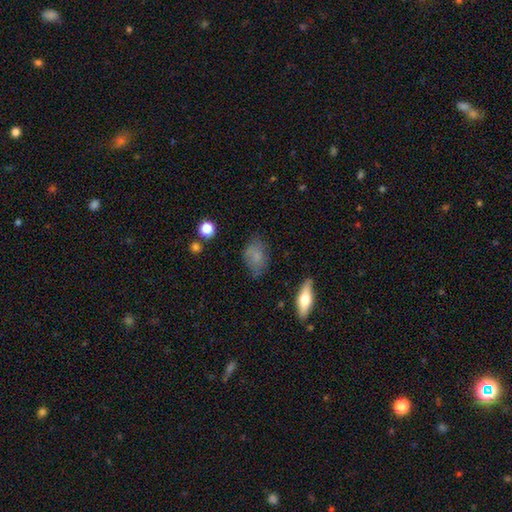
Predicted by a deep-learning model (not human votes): This appears to be a smooth galaxy with no disk features (70%) that is in between round and cigar-shaped (79%). Merging: none (65%).